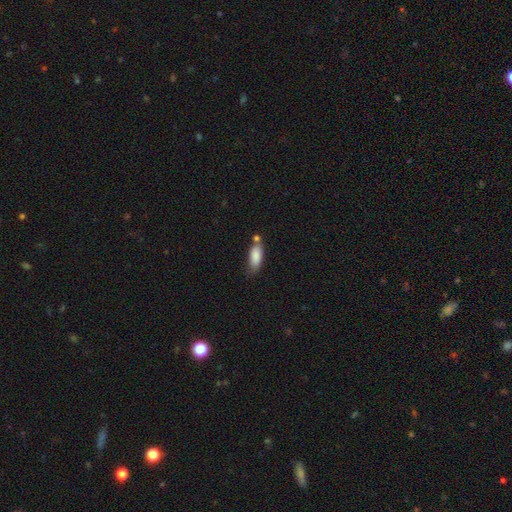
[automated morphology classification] smooth 85%, featured or disk 9%, star or artifact 7%. Down the decision tree: how rounded — in between (80%); merging — none (50%).